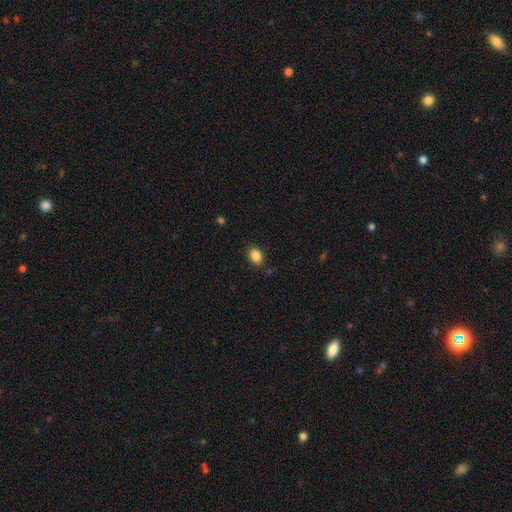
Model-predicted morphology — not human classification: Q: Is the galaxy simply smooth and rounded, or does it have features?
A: smooth — 86%.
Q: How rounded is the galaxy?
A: in between — 72%.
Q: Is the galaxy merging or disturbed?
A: none — 86%.